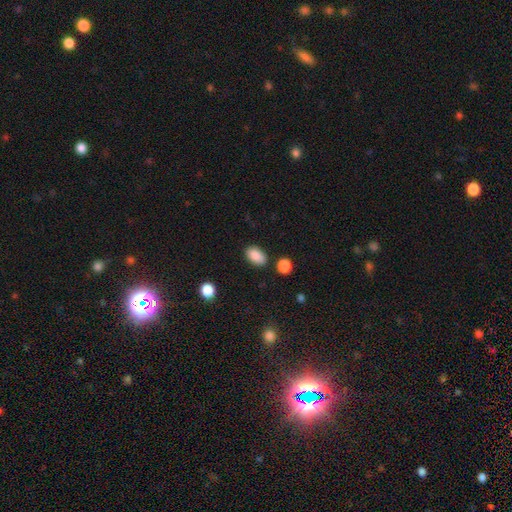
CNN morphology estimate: smooth 88%, star or artifact 8%, featured or disk 4%. Down the decision tree: how rounded — in between (90%); merging — none (83%).